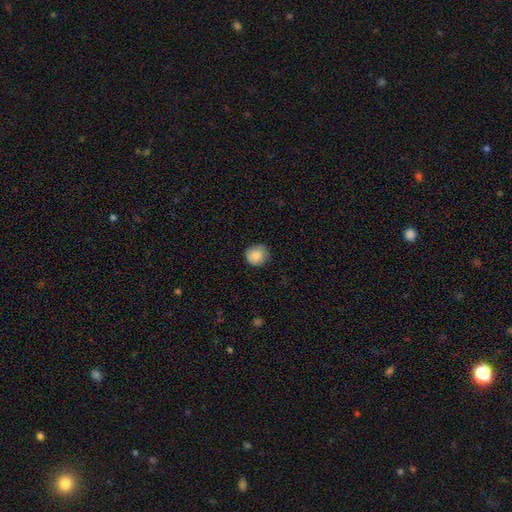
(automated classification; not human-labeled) smooth 87%, star or artifact 8%, featured or disk 5%. Down the decision tree: how rounded — round (89%); merging — none (84%).